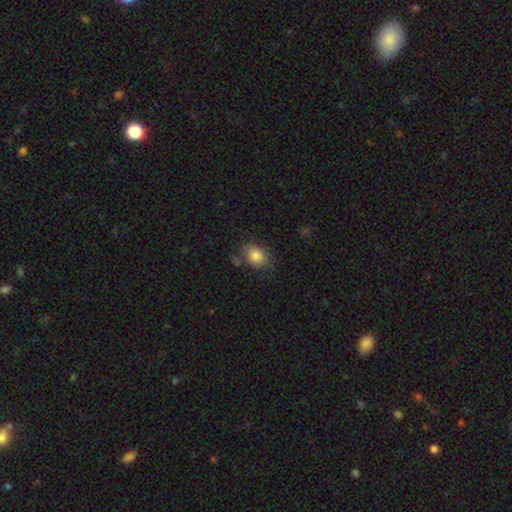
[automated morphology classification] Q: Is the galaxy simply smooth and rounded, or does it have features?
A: smooth — 85%.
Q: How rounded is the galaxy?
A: in between — 67%.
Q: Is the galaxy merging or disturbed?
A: none — 73%.